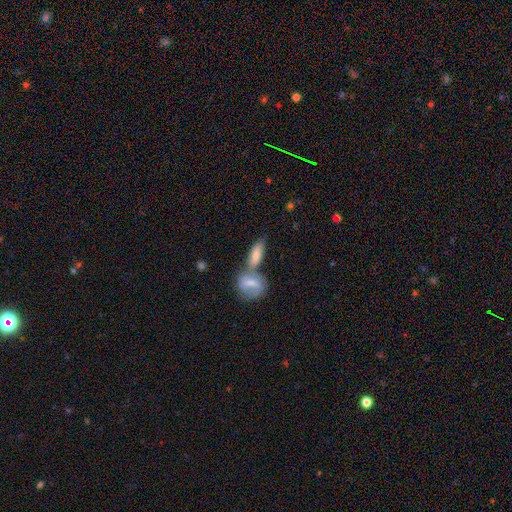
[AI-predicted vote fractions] Smooth or featured: smooth — 62% (featured or disk — 29%)
How rounded: in between — 69% (cigar-shaped — 24%)
Merging: merger — 49% (none — 36%)